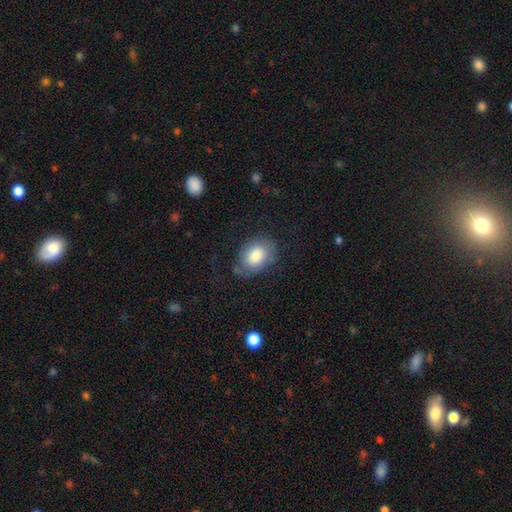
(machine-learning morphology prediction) smooth_or_featured: smooth (p=0.74) [alt: featured or disk p=0.18]
how_rounded: in between (p=0.74) [alt: round p=0.25]
merging: none (p=0.58) [alt: minor disturbance p=0.26]